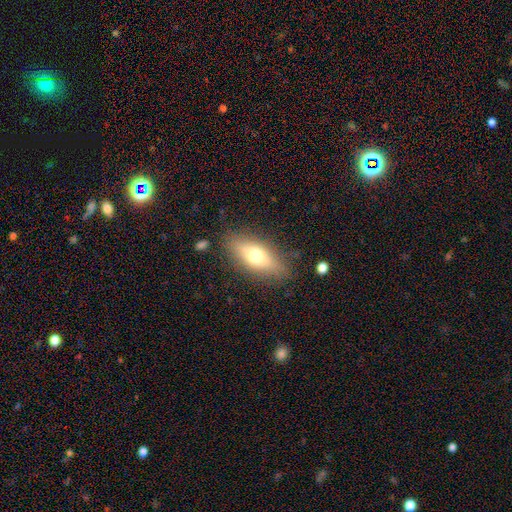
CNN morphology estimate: smooth 58%, featured or disk 34%, star or artifact 8%. Down the decision tree: how rounded — in between (67%); merging — none (82%).